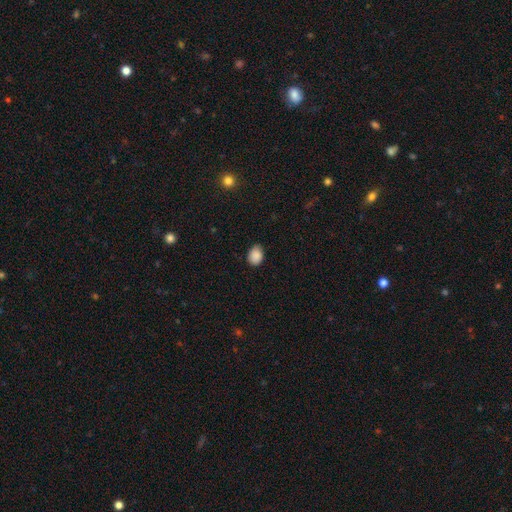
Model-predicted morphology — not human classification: smooth 88%, star or artifact 8%, featured or disk 4%. Down the decision tree: how rounded — in between (66%); merging — none (74%).